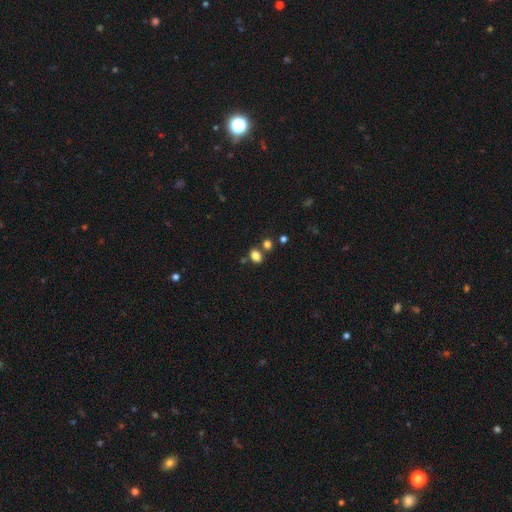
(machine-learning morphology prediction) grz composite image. It shows a smooth galaxy with no disk features (82%) that is in between round and cigar-shaped (67%). Merging: none (68%).